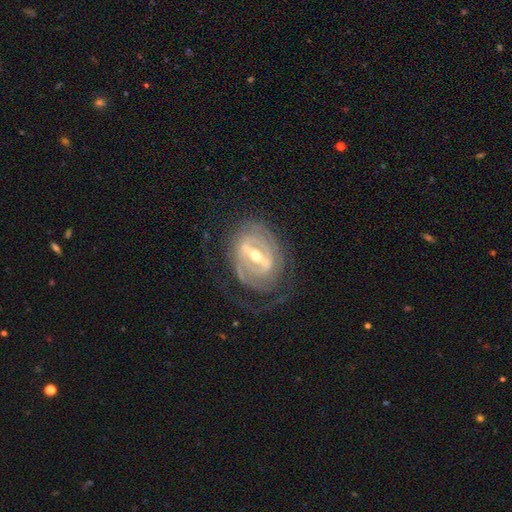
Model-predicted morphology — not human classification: Q: Smooth or featured?
A: featured or disk (89%); runner-up: smooth (6%)
Q: Edge-on disk?
A: no (90%); runner-up: yes (10%)
Q: Bar?
A: strong (80%); runner-up: weak (16%)
Q: Spiral arms?
A: yes (82%); runner-up: no (18%)
Q: Spiral winding?
A: tight (63%); runner-up: medium (26%)
Q: Spiral arm count?
A: 2 (42%); runner-up: can't tell (32%)
Q: Bulge size?
A: moderate (61%); runner-up: small (33%)
Q: Merging?
A: none (66%); runner-up: minor disturbance (17%)